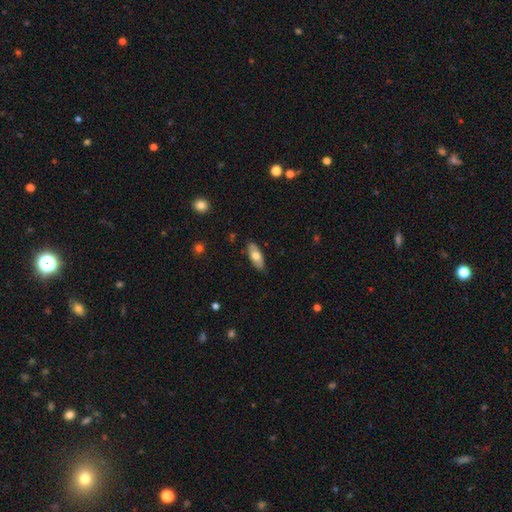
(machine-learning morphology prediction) Smooth or featured: smooth — 67% (featured or disk — 28%)
How rounded: in between — 82% (cigar-shaped — 16%)
Merging: none — 85% (minor disturbance — 12%)